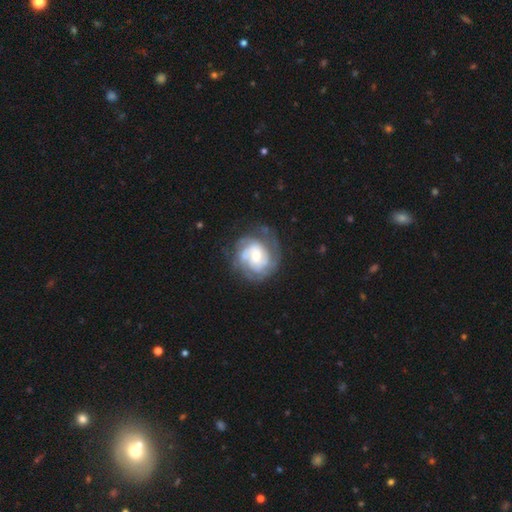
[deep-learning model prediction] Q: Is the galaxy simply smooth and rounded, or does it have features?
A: featured or disk — 78%.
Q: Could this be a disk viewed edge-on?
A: no — 98%.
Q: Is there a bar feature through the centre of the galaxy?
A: no — 58%.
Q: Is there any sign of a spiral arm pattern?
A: yes — 90%.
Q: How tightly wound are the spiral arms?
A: tight — 59%.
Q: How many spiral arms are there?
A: can't tell — 36%.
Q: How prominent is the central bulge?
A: moderate — 46%.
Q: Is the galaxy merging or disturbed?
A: none — 66%.